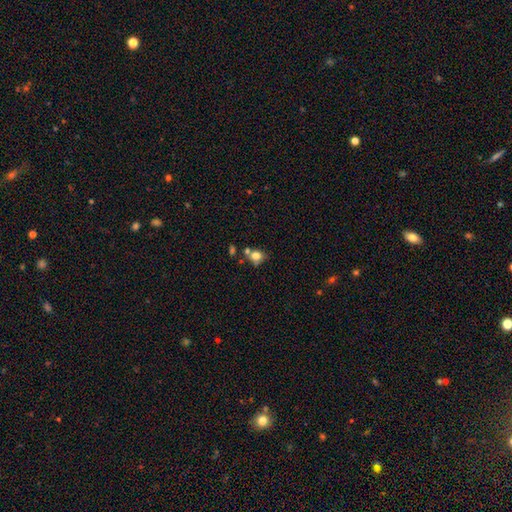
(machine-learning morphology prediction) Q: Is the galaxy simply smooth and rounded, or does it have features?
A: smooth — 76%.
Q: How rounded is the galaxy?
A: round — 67%.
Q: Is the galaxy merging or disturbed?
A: none — 54%.